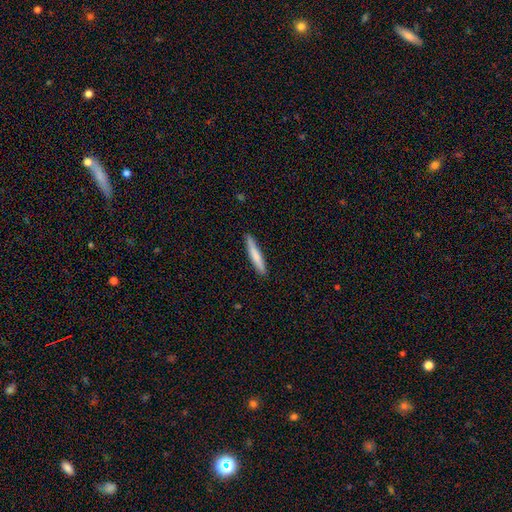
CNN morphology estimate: smooth-or-featured: smooth: 74% | featured or disk: 21% | star or artifact: 5%
  how-rounded: cigar-shaped: 93% | in between: 5% | round: 1%
  merging: none: 89% | minor disturbance: 8% | major disturbance: 1% | merger: 1%